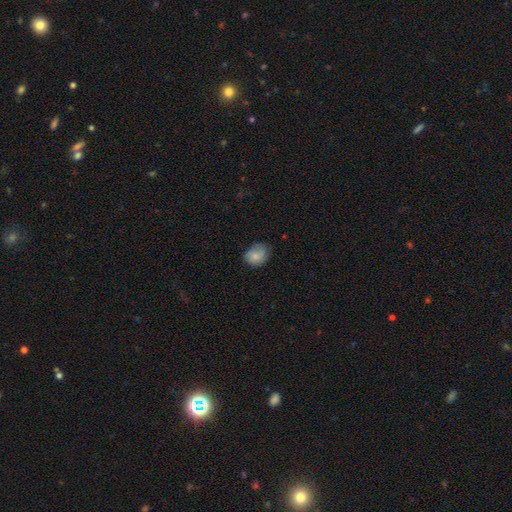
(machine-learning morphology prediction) Smooth or featured? smooth (80%)
How rounded? round (53%)
Merging? none (61%)